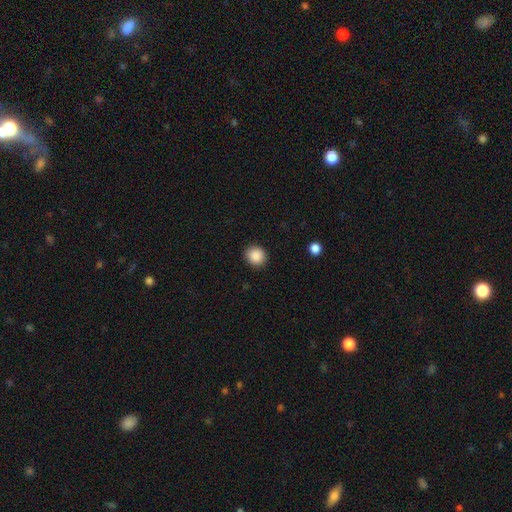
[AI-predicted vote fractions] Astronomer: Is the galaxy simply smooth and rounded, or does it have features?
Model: smooth — 88%.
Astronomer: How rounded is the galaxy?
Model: round — 89%.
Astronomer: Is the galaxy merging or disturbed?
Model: none — 91%.